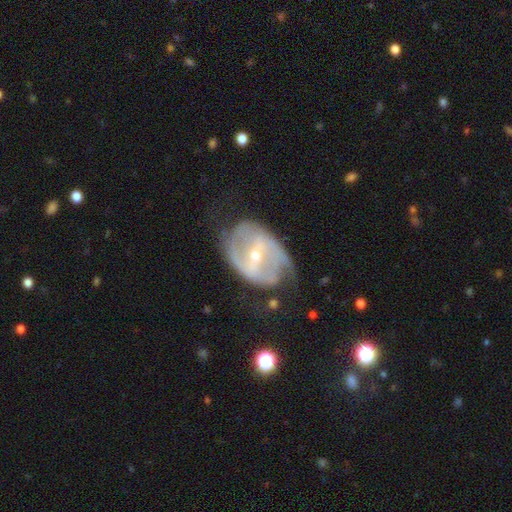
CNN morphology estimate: This appears to be a featured or disk galaxy (84%) with a strong bar (50%), 2 (72%) medium (42%) spiral arms (84%) and a small central bulge (65%). Merging: none (54%).